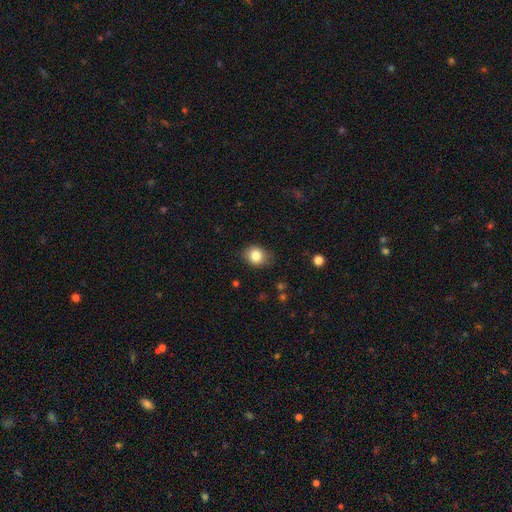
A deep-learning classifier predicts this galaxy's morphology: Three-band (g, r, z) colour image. It shows a smooth galaxy with no disk features (84%) that is round (62%). Merging: none (80%).